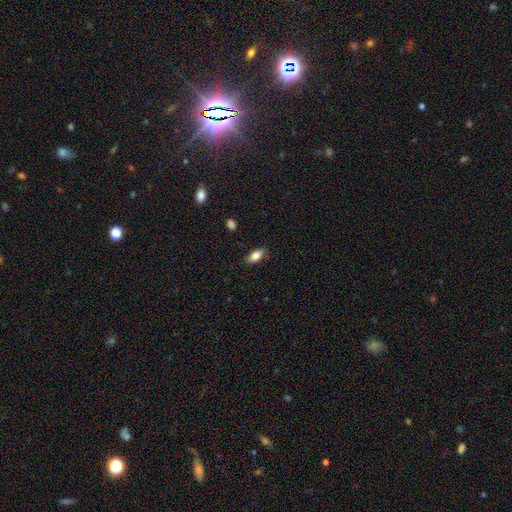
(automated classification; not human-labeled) Smooth or featured: smooth — 82% (featured or disk — 11%)
How rounded: in between — 87% (cigar-shaped — 10%)
Merging: none — 86% (minor disturbance — 11%)